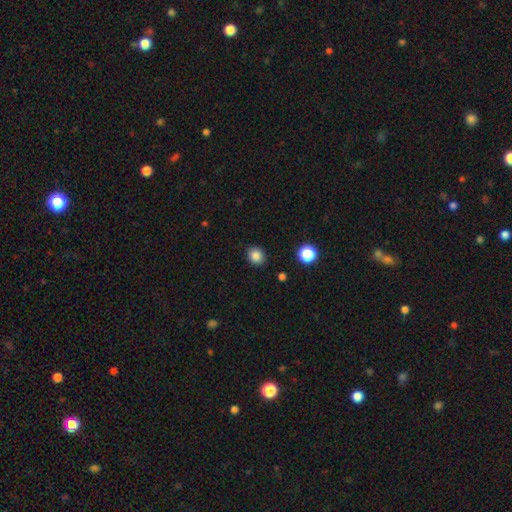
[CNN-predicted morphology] smooth 85%, star or artifact 11%, featured or disk 4%. Down the decision tree: how rounded — round (74%); merging — none (89%).